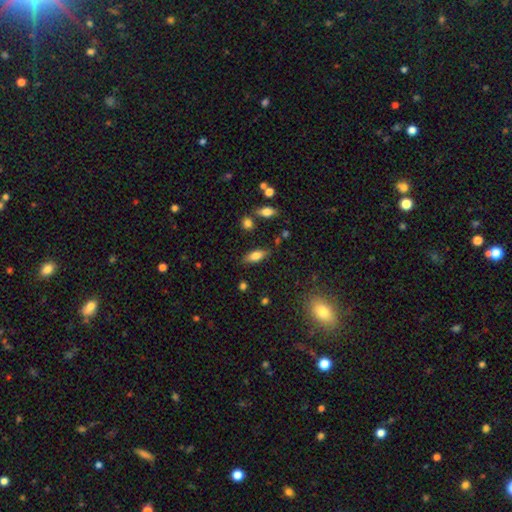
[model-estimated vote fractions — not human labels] A smooth galaxy with no disk features (74%) that is in between round and cigar-shaped (77%). Merging: none (80%).